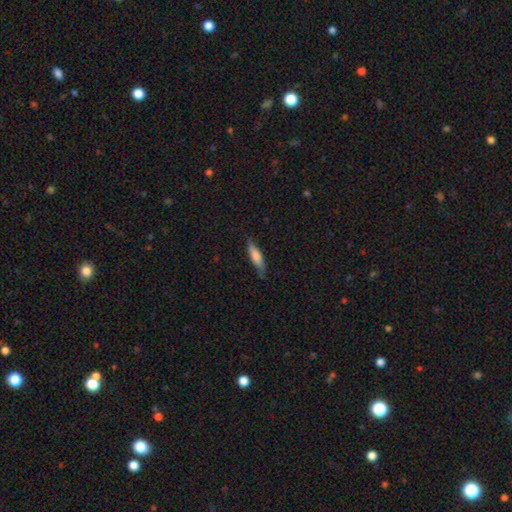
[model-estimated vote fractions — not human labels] Smooth or featured? smooth (71%)
How rounded? cigar-shaped (66%)
Merging? none (74%)